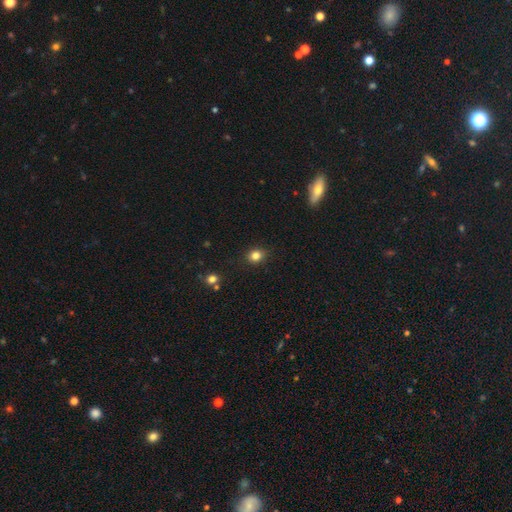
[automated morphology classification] smooth 83%, star or artifact 12%, featured or disk 5%. Down the decision tree: how rounded — round (73%); merging — none (89%).